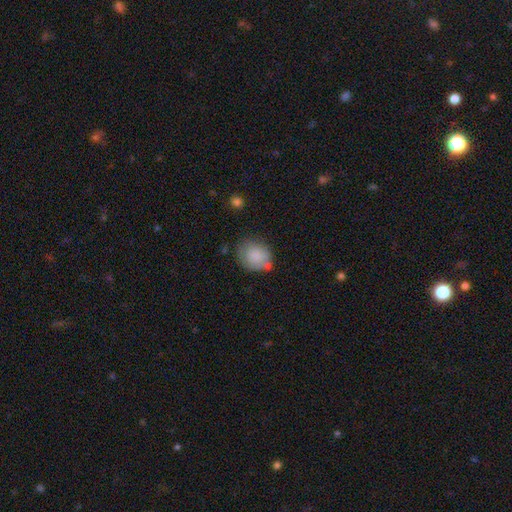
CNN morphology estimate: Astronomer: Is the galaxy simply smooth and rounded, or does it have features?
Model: smooth — 83%.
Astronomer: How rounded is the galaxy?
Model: round — 52% (runner-up: in between, 47%).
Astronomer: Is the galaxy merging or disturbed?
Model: none — 57%.